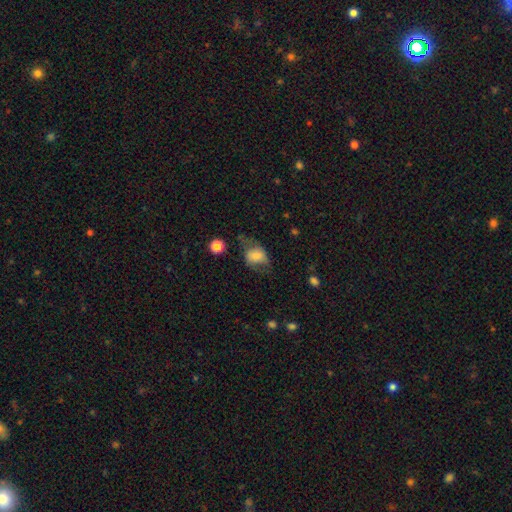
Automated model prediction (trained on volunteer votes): A smooth galaxy with no disk features (65%) that is in between round and cigar-shaped (65%). Merging: none (40%).